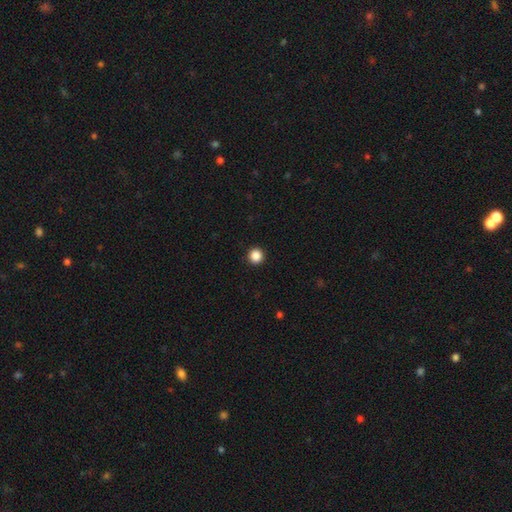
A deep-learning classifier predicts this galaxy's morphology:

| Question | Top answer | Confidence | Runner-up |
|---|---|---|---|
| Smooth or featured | smooth | 87% | star or artifact (10%) |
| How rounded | round | 95% | in between (4%) |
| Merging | none | 93% | minor disturbance (4%) |